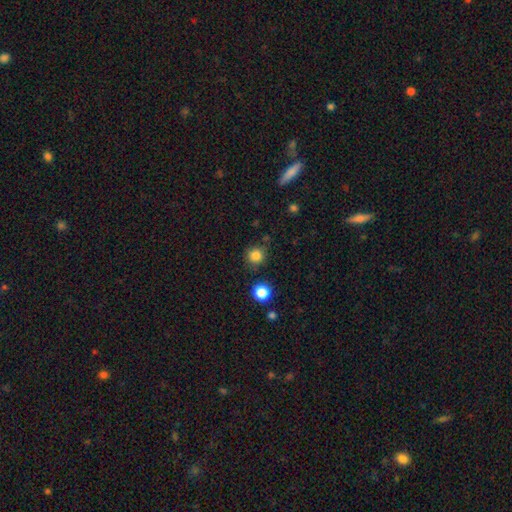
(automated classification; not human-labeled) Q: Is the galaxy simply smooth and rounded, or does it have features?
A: smooth — 83%.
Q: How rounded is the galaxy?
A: round — 93%.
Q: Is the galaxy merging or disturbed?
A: none — 87%.